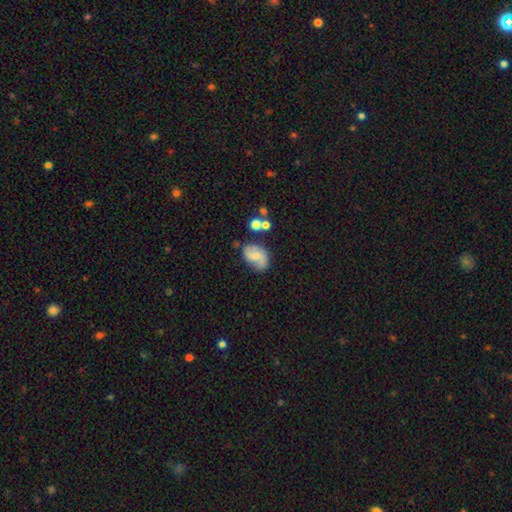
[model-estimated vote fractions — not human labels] Smooth or featured? Predicted: featured or disk (p=0.62). Edge-on disk? Predicted: no (p=0.97). Bar? Predicted: no (p=0.47). Spiral arms? Predicted: yes (p=0.89). Spiral winding? Predicted: medium (p=0.44). Spiral arm count? Predicted: 2 (p=0.85). Bulge size? Predicted: small (p=0.42). Merging? Predicted: none (p=0.60).